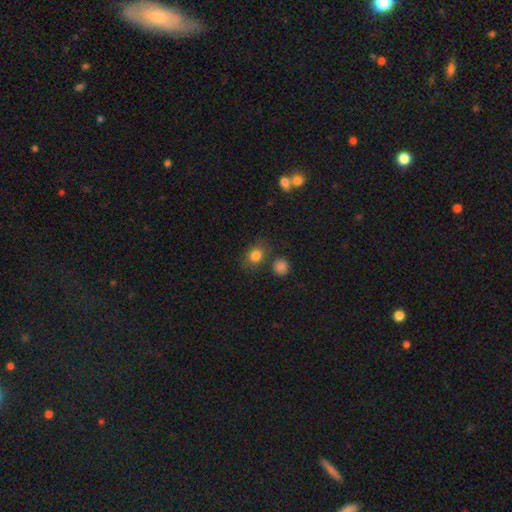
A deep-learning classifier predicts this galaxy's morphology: Smooth or featured: smooth — 81% (star or artifact — 11%)
How rounded: round — 54% (in between — 44%)
Merging: none — 73% (minor disturbance — 14%)